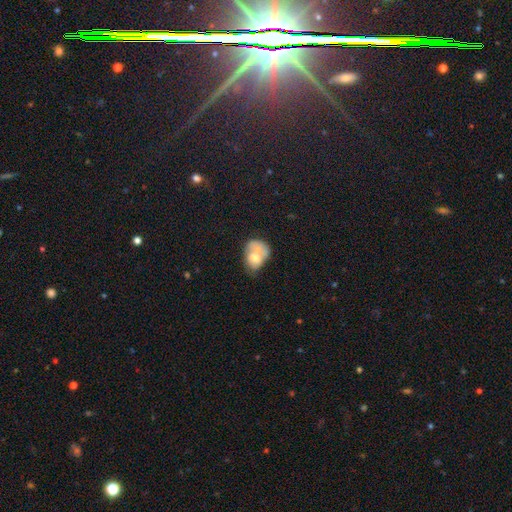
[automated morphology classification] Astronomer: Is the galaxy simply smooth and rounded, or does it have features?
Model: smooth — 58% (runner-up: featured or disk, 34%).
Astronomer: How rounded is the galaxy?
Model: in between — 62%.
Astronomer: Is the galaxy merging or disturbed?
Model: merger — 67%.